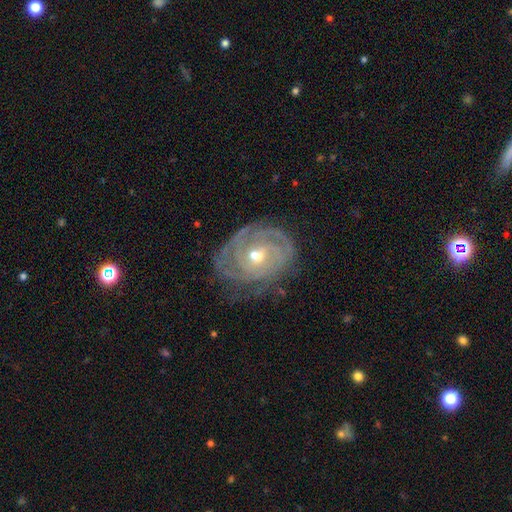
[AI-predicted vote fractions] Smooth or featured?
  - featured or disk: 88% *
  - smooth: 6%
  - star or artifact: 6%
Edge-on disk?
  - no: 97% *
  - yes: 3%
Bar?
  - no: 63% *
  - weak: 28%
  - strong: 9%
Spiral arms?
  - yes: 96% *
  - no: 4%
Spiral winding?
  - tight: 80% *
  - medium: 16%
  - loose: 3%
Spiral arm count?
  - 3: 28% *
  - can't tell: 26%
  - 2: 22%
  - 4: 11%
  - more than 4: 6%
  - 1: 6%
Bulge size?
  - moderate: 64% *
  - small: 32%
  - large: 2%
  - none: 1%
  - dominant: 1%
Merging?
  - none: 74% *
  - minor disturbance: 19%
  - major disturbance: 6%
  - merger: 1%